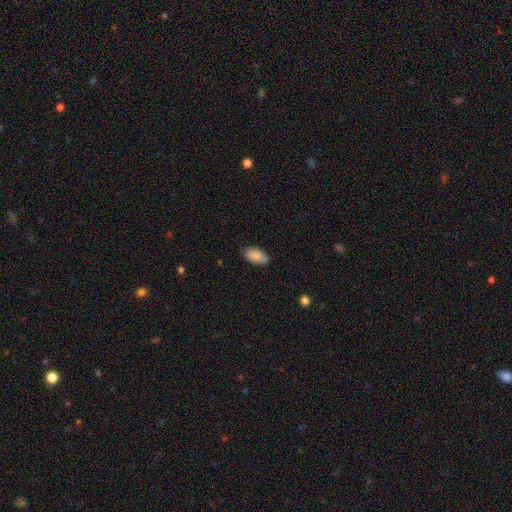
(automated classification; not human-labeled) Smooth or featured: smooth — 87% (star or artifact — 7%)
How rounded: in between — 94% (round — 3%)
Merging: none — 79% (minor disturbance — 17%)